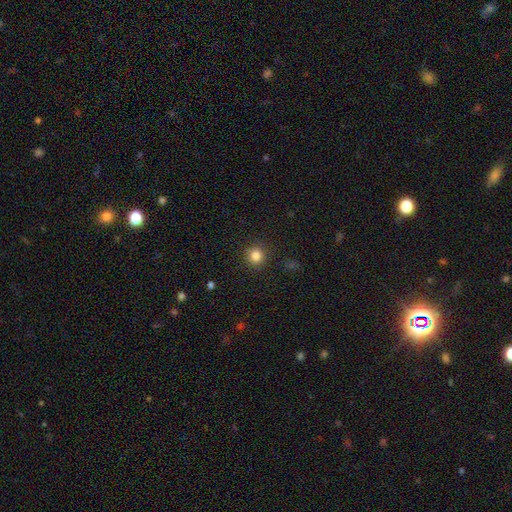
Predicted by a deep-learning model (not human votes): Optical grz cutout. It shows a smooth galaxy with no disk features (84%) that is round (93%). Merging: none (91%).